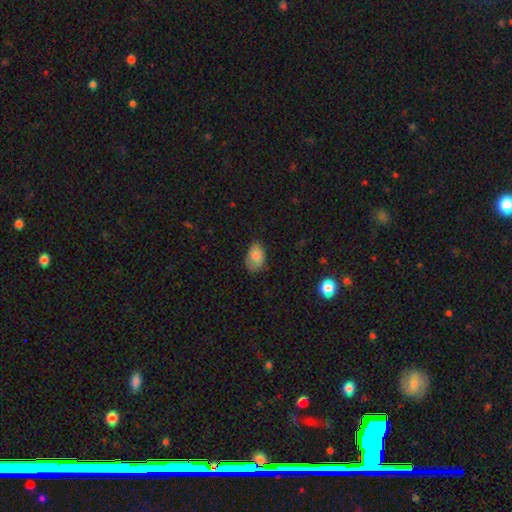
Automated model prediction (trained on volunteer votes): Smooth or featured?
  - smooth: 80% *
  - featured or disk: 12%
  - star or artifact: 8%
How rounded?
  - in between: 83% *
  - round: 15%
  - cigar-shaped: 1%
Merging?
  - none: 64% *
  - minor disturbance: 28%
  - major disturbance: 7%
  - merger: 1%